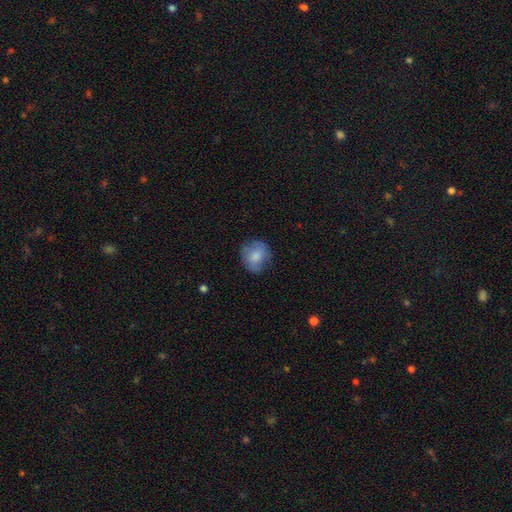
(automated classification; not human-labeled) Smooth or featured? smooth (74%)
How rounded? round (73%)
Merging? none (71%)